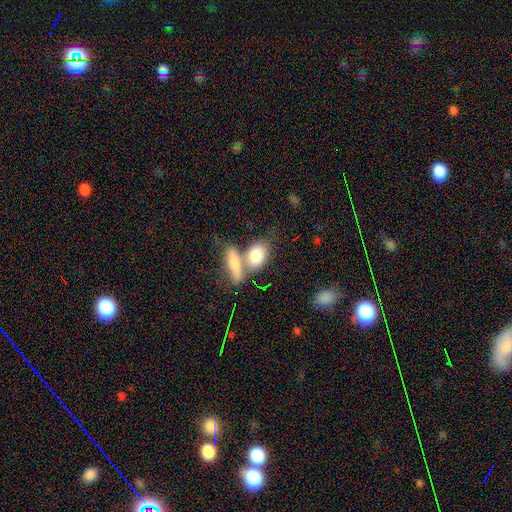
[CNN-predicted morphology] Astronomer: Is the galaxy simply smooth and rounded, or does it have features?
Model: smooth — 78%.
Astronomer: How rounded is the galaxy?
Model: in between — 76%.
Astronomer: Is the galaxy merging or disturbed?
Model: merger — 49% (runner-up: none, 36%).